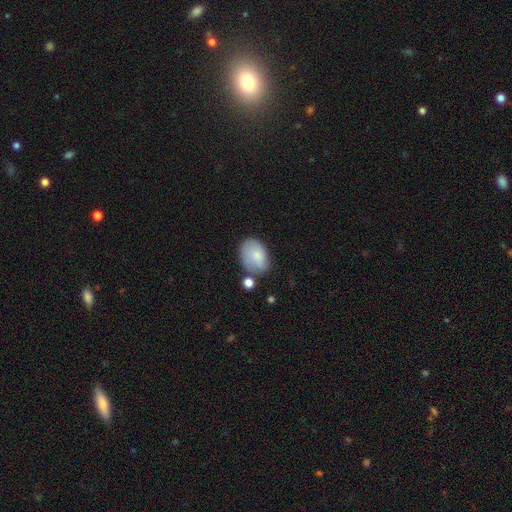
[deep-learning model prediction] This appears to be a smooth galaxy with no disk features (77%) that is in between round and cigar-shaped (77%). Merging: none (55%).